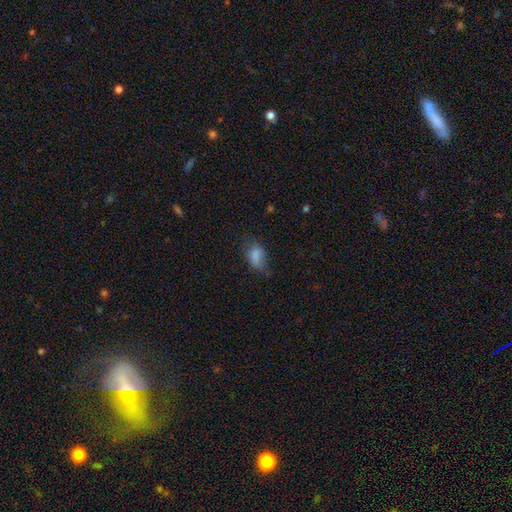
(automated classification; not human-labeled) Overall: smooth (77%). How rounded: in between (87%). Merging: none (41%; minor disturbance 35%).